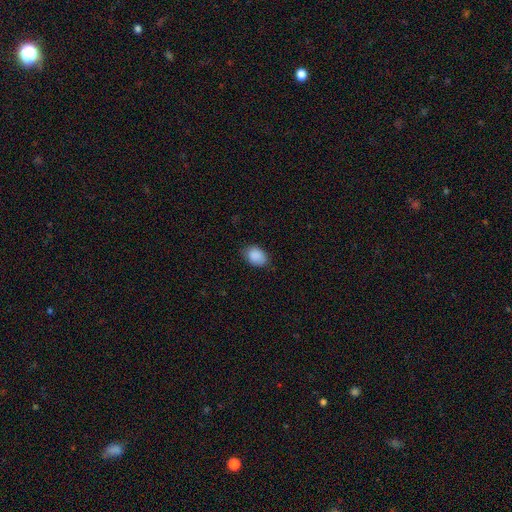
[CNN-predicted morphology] Overall: smooth (89%). How rounded: in between (75%). Merging: none (79%).